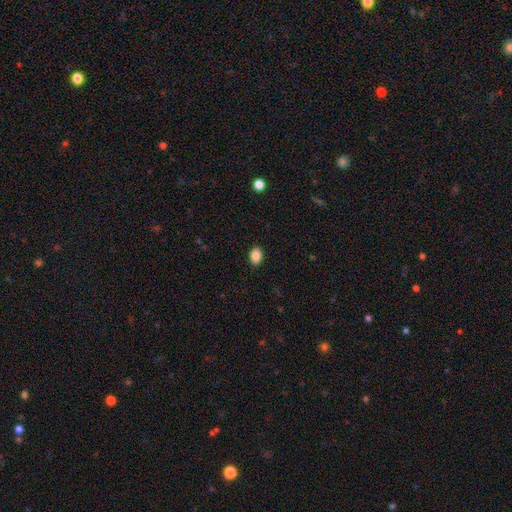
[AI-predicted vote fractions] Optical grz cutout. It shows a smooth galaxy with no disk features (86%) that is in between round and cigar-shaped (78%). Merging: none (90%).